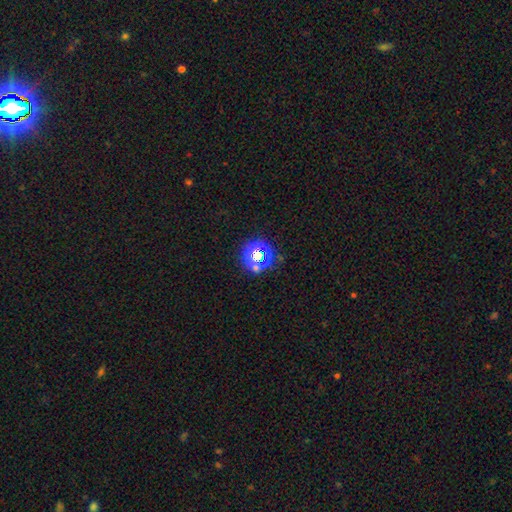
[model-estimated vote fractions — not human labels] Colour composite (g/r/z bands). It shows a star or artifact, not a galaxy (55%).